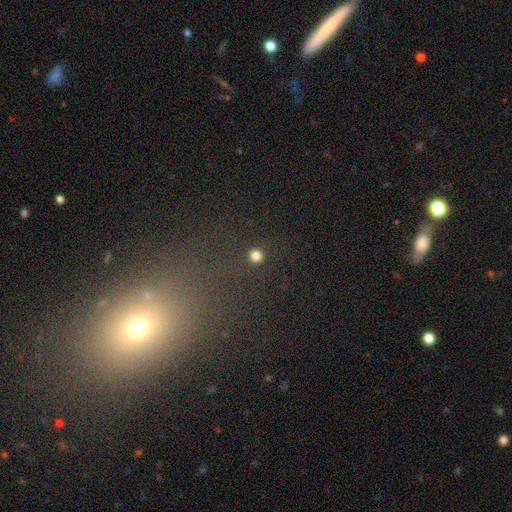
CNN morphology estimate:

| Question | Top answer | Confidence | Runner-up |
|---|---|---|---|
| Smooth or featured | smooth | 80% | star or artifact (16%) |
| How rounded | round | 96% | in between (3%) |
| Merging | none | 91% | minor disturbance (5%) |